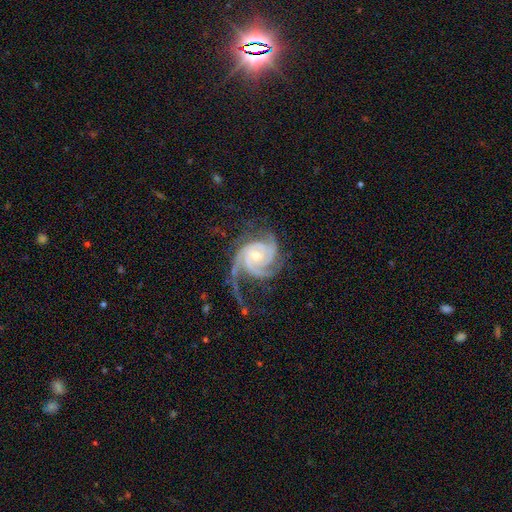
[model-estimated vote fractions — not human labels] Q: Smooth or featured?
A: featured or disk (93%); runner-up: star or artifact (4%)
Q: Edge-on disk?
A: no (98%); runner-up: yes (2%)
Q: Bar?
A: no (68%); runner-up: weak (25%)
Q: Spiral arms?
A: yes (99%); runner-up: no (1%)
Q: Spiral winding?
A: tight (59%); runner-up: medium (34%)
Q: Spiral arm count?
A: 3 (53%); runner-up: 2 (19%)
Q: Bulge size?
A: small (51%); runner-up: moderate (45%)
Q: Merging?
A: none (52%); runner-up: major disturbance (24%)